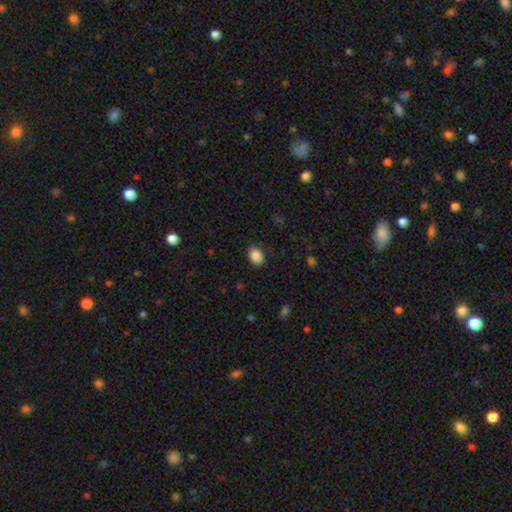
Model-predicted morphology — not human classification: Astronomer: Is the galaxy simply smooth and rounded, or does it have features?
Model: smooth — 88%.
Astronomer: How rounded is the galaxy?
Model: in between — 63%.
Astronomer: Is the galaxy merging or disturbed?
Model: none — 86%.